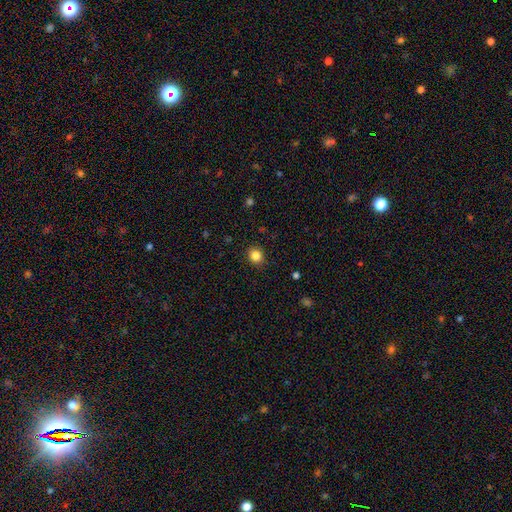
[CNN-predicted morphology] This is clearly a smooth galaxy (84%). How rounded: likely round (74%). Merging: clearly none (89%).